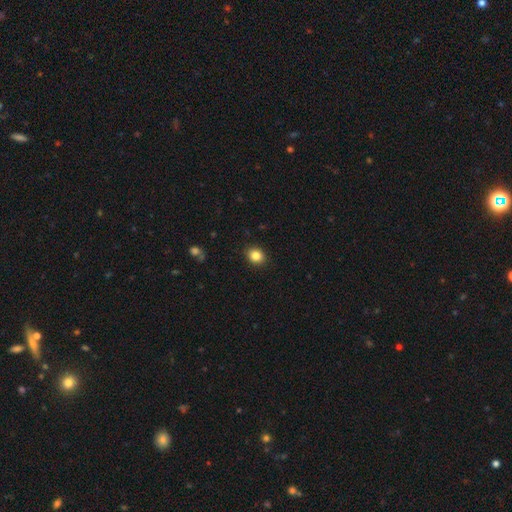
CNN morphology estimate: A smooth galaxy with no disk features (85%) that is round (66%). Merging: none (90%).